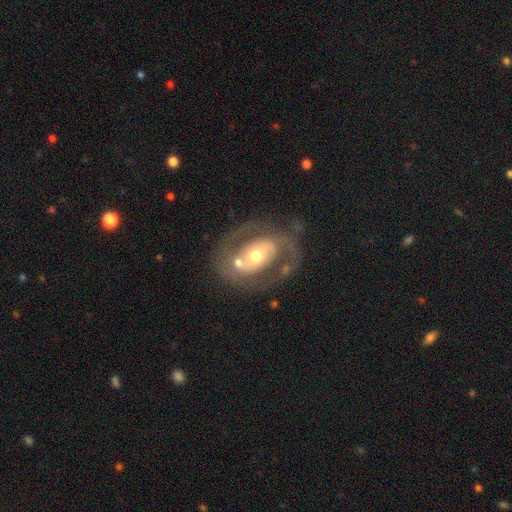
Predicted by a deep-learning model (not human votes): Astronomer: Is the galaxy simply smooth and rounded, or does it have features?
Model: featured or disk — 80%.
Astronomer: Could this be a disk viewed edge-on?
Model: no — 96%.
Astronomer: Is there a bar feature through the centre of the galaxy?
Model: no — 49% (runner-up: weak, 30%).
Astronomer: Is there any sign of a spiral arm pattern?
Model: yes — 77%.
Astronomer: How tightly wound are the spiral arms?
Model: medium — 48% (runner-up: tight, 31%).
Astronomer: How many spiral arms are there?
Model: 2 — 83%.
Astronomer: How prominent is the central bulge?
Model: moderate — 66%.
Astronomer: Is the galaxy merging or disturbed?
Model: none — 65%.